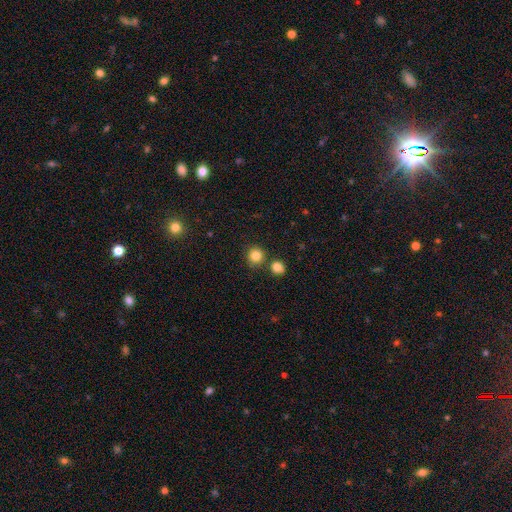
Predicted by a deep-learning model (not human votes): Q: Smooth or featured?
A: smooth (83%); runner-up: star or artifact (12%)
Q: How rounded?
A: round (92%); runner-up: in between (7%)
Q: Merging?
A: none (79%); runner-up: merger (11%)